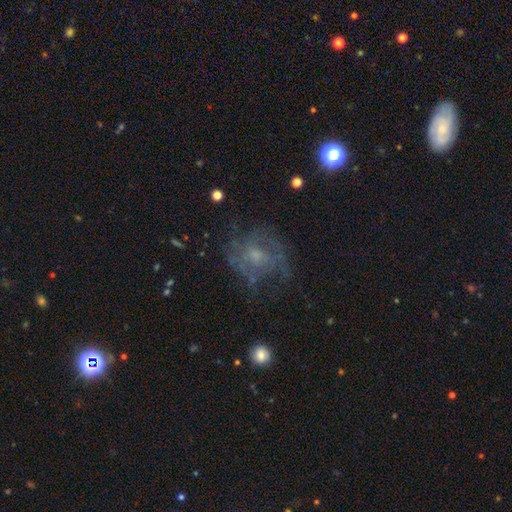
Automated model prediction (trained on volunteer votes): A featured or disk galaxy (59%) with no bar (73%), spiral arms (70%) and a small central bulge (50%).

Vote fractions:
- Smooth or featured? featured or disk: 59% / smooth: 22% / star or artifact: 18%
- Edge-on disk? no: 97% / yes: 3%
- Bar? no: 73% / weak: 23% / strong: 4%
- Spiral arms? yes: 70% / no: 30%
- Bulge size? small: 50% / moderate: 36% / none: 10% / large: 3% / dominant: 1%
- Merging? none: 64% / minor disturbance: 18% / major disturbance: 16% / merger: 2%